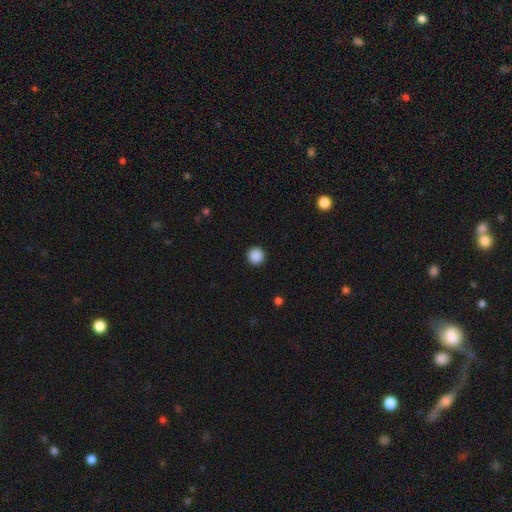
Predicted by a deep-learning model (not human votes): Smooth or featured?
  - smooth: 89% *
  - star or artifact: 9%
  - featured or disk: 2%
How rounded?
  - round: 96% *
  - in between: 3%
  - cigar-shaped: 1%
Merging?
  - none: 93% *
  - minor disturbance: 4%
  - major disturbance: 2%
  - merger: 1%